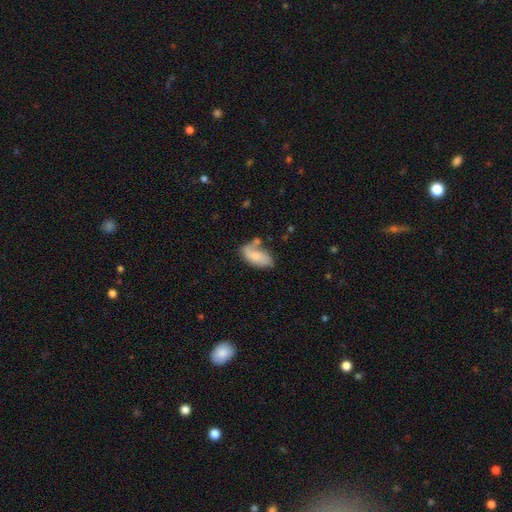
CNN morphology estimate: smooth_or_featured: smooth (p=0.61) [alt: featured or disk p=0.32]
how_rounded: in between (p=0.91) [alt: cigar-shaped p=0.06]
merging: none (p=0.45) [alt: minor disturbance p=0.27]